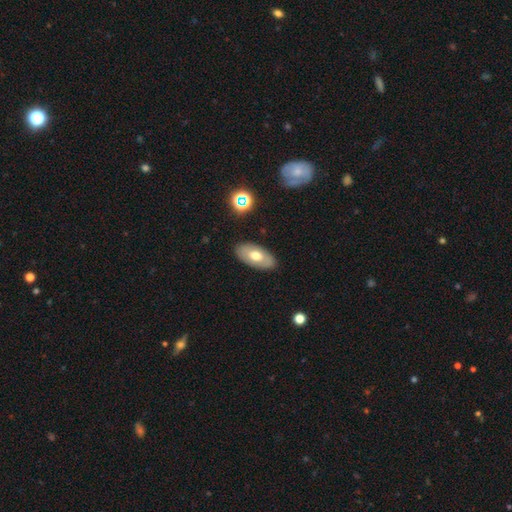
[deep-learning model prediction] smooth 57%, featured or disk 36%, star or artifact 7%. Down the decision tree: how rounded — in between (93%); merging — none (86%).